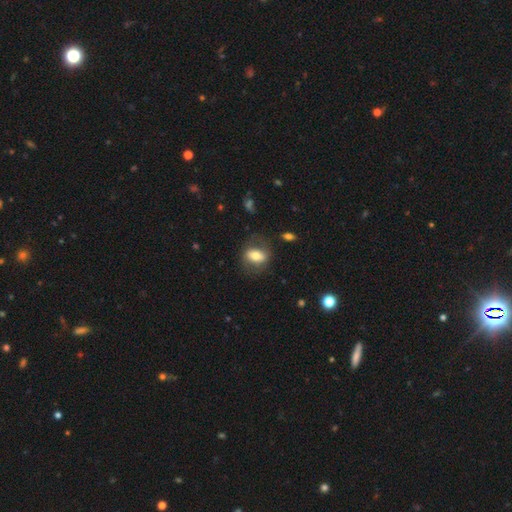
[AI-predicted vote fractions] Overall: smooth (64%; featured or disk 28%). How rounded: in between (74%). Merging: none (71%).